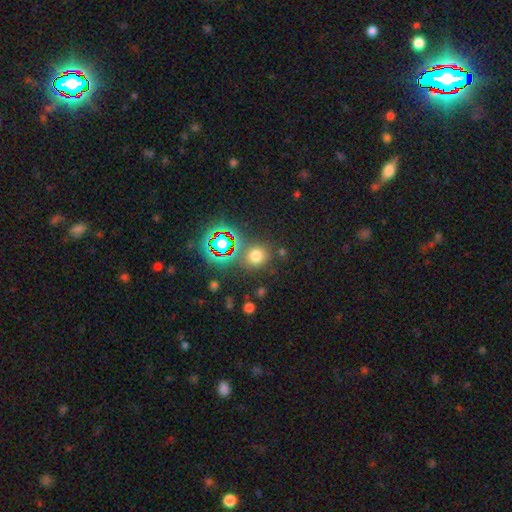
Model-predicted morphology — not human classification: Q: Smooth or featured?
A: smooth (64%); runner-up: star or artifact (29%)
Q: How rounded?
A: round (83%); runner-up: in between (15%)
Q: Merging?
A: none (78%); runner-up: minor disturbance (10%)